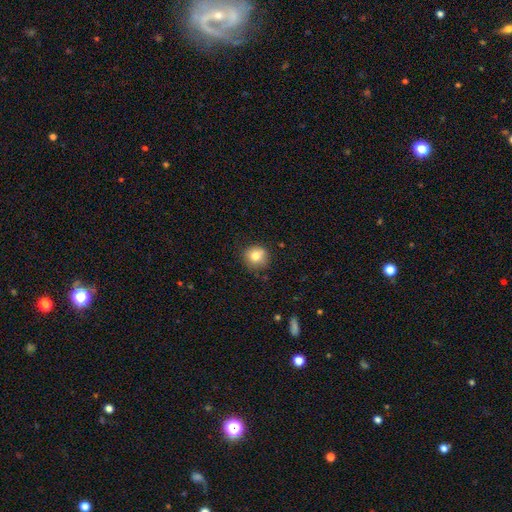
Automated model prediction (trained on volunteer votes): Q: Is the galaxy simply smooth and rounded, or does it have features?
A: smooth — 80%.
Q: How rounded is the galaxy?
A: round — 89%.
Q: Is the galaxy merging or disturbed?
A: none — 80%.